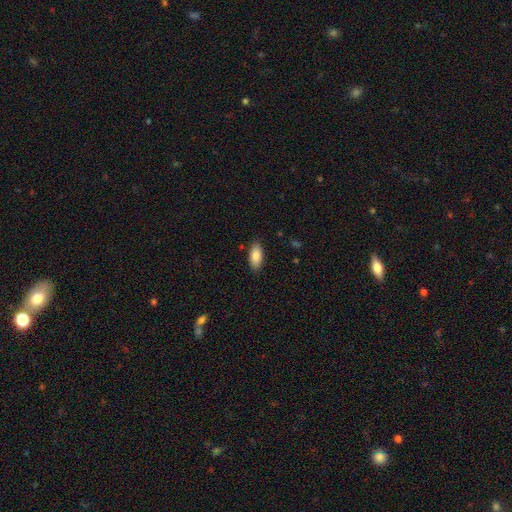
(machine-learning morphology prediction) This is clearly a smooth galaxy (86%). How rounded: clearly in between (88%). Merging: clearly none (87%).